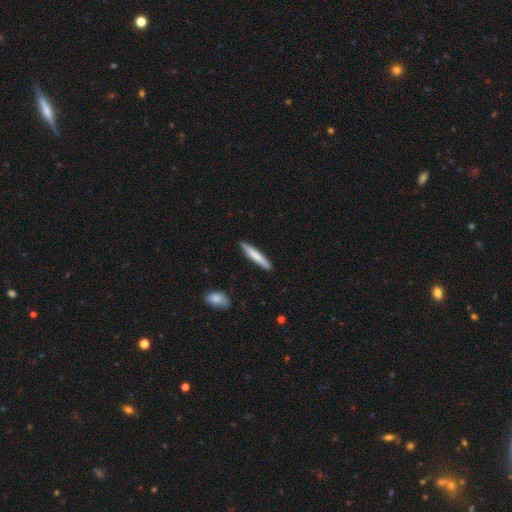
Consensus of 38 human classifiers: Q: Smooth or featured?
A: smooth (71%); runner-up: featured or disk (26%)
Q: How rounded?
A: cigar-shaped (93%); runner-up: in between (7%)
Q: Merging?
A: none (92%); runner-up: minor disturbance (5%)